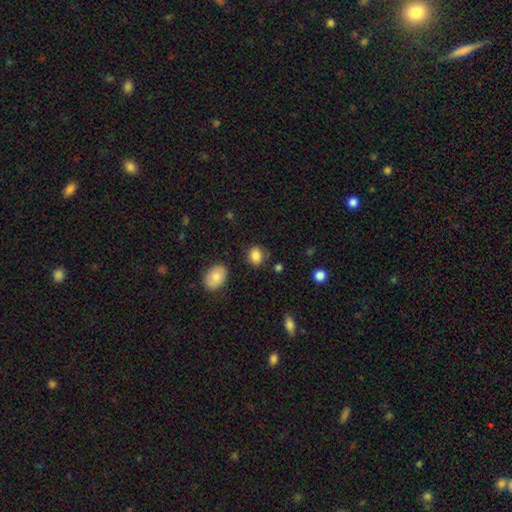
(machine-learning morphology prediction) smooth-or-featured: smooth: 86% | star or artifact: 9% | featured or disk: 5%
  how-rounded: round: 58% | in between: 41% | cigar-shaped: 1%
  merging: none: 78% | minor disturbance: 14% | major disturbance: 4% | merger: 3%